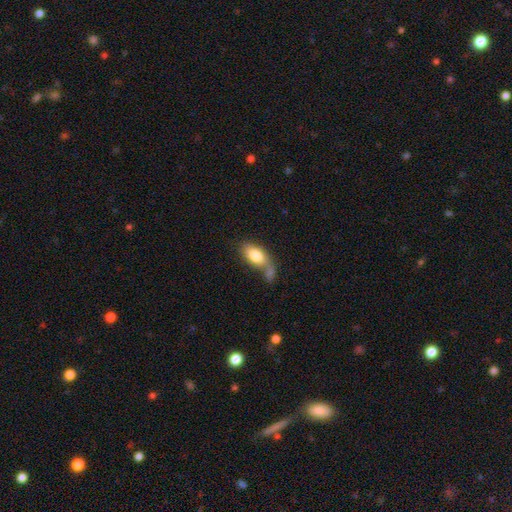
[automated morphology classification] Overall: smooth (79%). How rounded: in between (89%). Merging: merger (36%; none 34%).